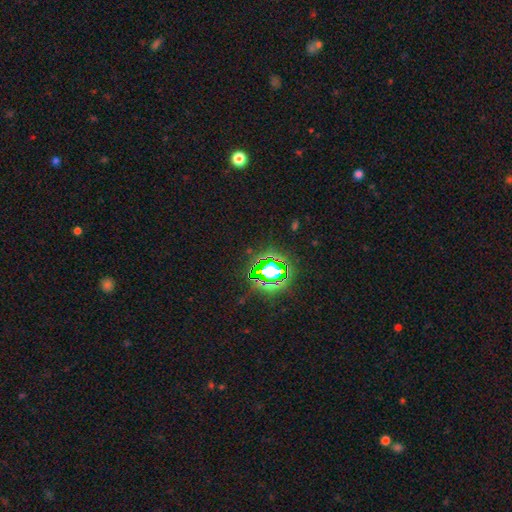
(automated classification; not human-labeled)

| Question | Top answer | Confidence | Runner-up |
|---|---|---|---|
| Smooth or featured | star or artifact | 81% | smooth (13%) |